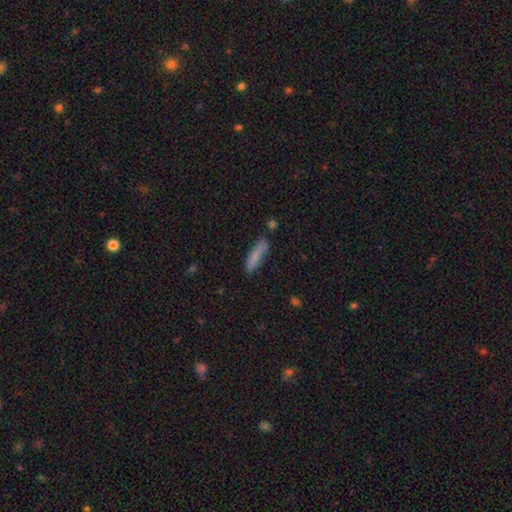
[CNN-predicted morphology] Smooth or featured? Predicted: smooth (p=0.81). How rounded? Predicted: cigar-shaped (p=0.75). Merging? Predicted: none (p=0.71).